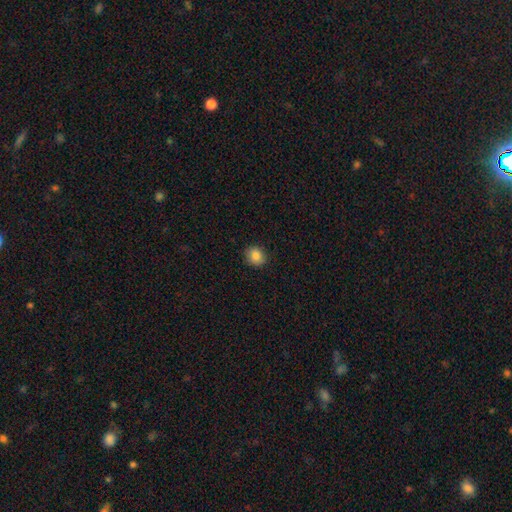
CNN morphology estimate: A smooth galaxy with no disk features (86%) that is round (74%). Merging: none (89%).